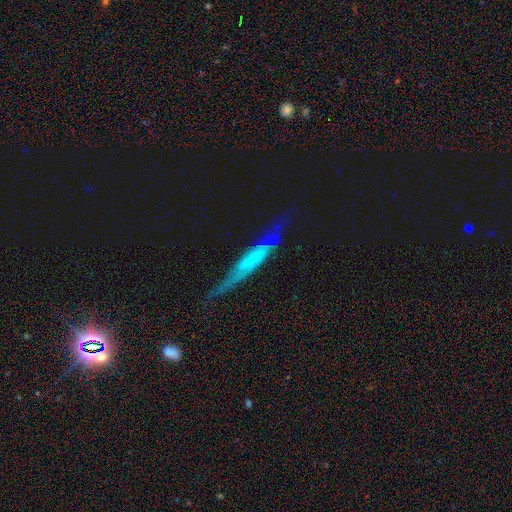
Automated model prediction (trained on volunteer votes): Overall: featured or disk (54%; smooth 30%). Edge-on disk: yes (81%). Merging: none (66%).